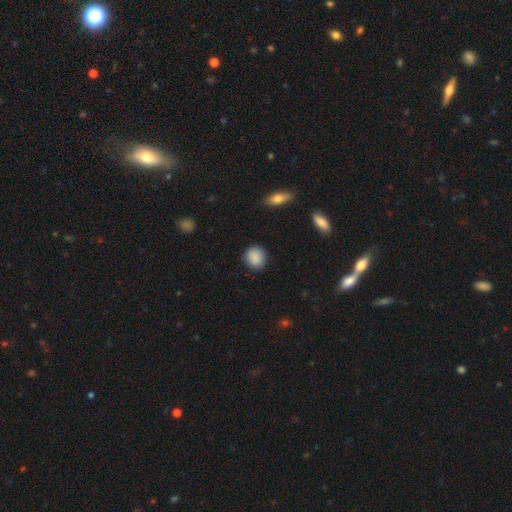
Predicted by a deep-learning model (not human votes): A smooth galaxy with no disk features (89%) that is round (84%). Merging: none (86%).